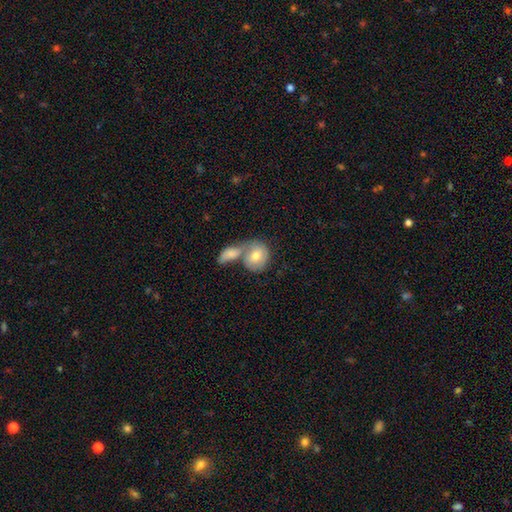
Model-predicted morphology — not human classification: smooth_or_featured: smooth (p=0.58) [alt: featured or disk p=0.34]
how_rounded: round (p=0.65) [alt: in between p=0.33]
merging: merger (p=0.57) [alt: none p=0.29]